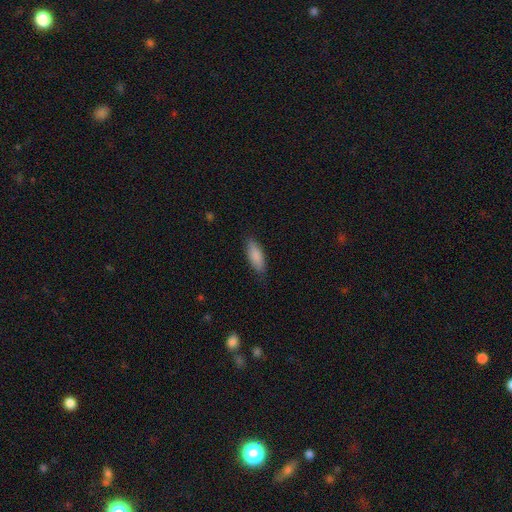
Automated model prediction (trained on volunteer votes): Smooth or featured? smooth (87%)
How rounded? in between (69%)
Merging? none (84%)